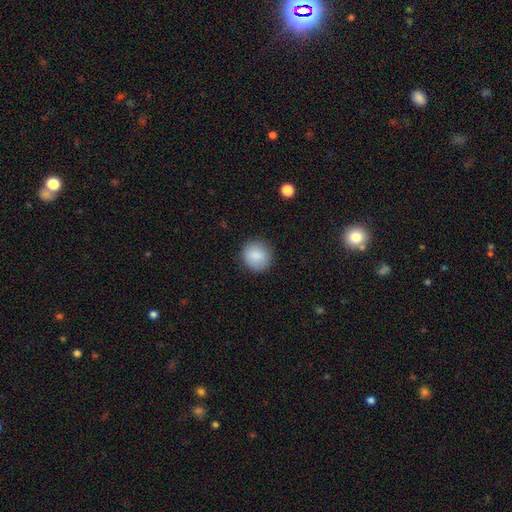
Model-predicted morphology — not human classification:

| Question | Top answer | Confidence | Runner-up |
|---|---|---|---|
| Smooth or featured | smooth | 87% | star or artifact (8%) |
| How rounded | round | 91% | in between (8%) |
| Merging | none | 89% | minor disturbance (8%) |